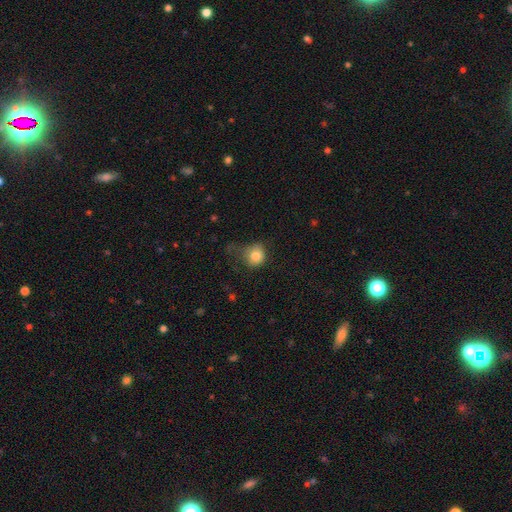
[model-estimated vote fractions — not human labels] smooth 83%, star or artifact 10%, featured or disk 7%. Down the decision tree: how rounded — round (80%); merging — none (48%).